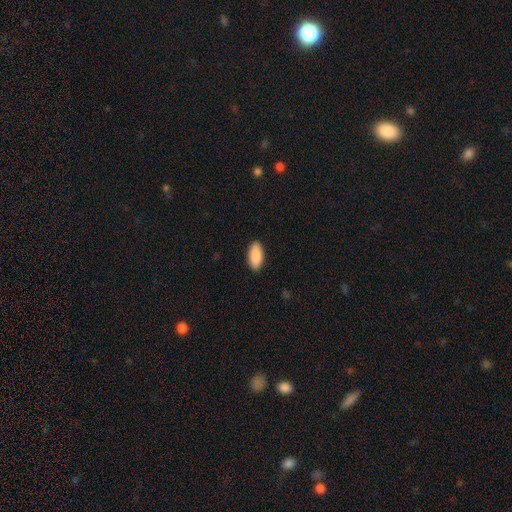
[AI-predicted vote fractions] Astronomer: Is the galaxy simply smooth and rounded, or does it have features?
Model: smooth — 90%.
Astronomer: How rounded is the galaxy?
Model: in between — 93%.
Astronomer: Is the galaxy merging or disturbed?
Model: none — 90%.